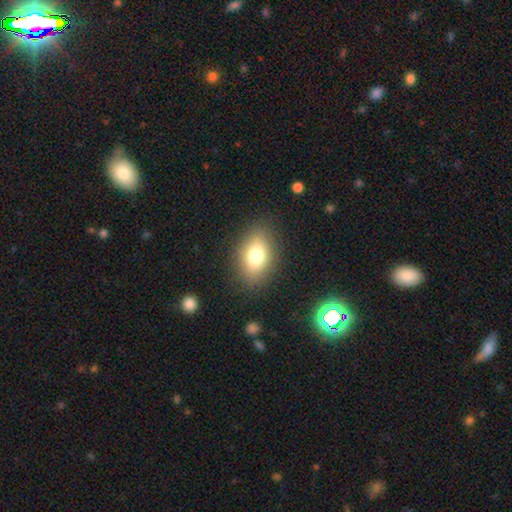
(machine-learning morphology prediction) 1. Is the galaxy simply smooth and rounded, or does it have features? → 76% smooth, 14% featured or disk, 10% star or artifact.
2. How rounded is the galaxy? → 81% in between, 17% round, 2% cigar-shaped.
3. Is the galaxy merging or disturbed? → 85% none, 10% minor disturbance, 4% major disturbance, 1% merger.